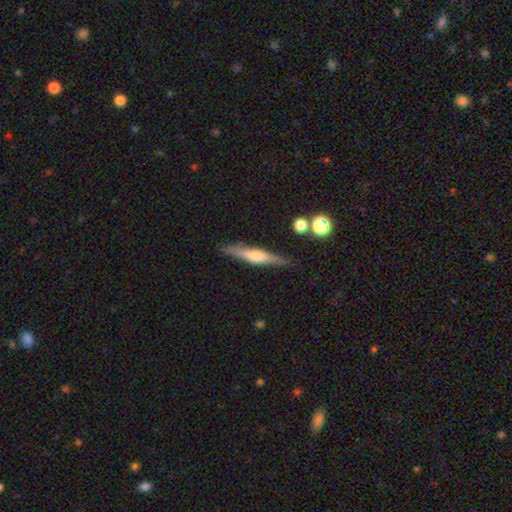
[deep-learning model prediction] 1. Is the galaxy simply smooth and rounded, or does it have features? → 61% featured or disk, 33% smooth, 6% star or artifact.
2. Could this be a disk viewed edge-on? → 96% yes, 4% no.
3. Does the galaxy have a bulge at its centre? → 79% rounded, 11% boxy, 10% none.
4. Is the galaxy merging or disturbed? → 88% none, 8% minor disturbance, 2% merger, 2% major disturbance.